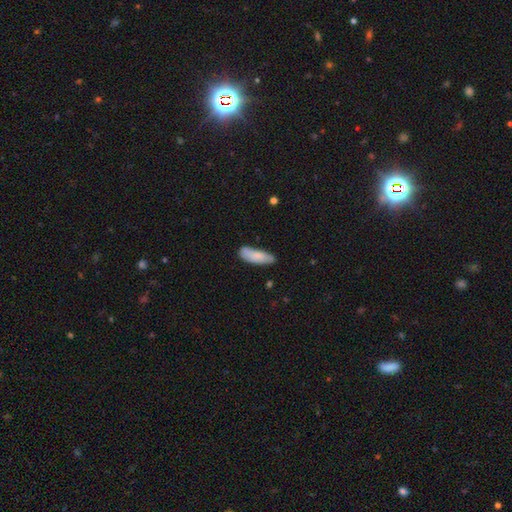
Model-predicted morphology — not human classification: Smooth or featured? smooth (82%)
How rounded? in between (57%)
Merging? none (71%)